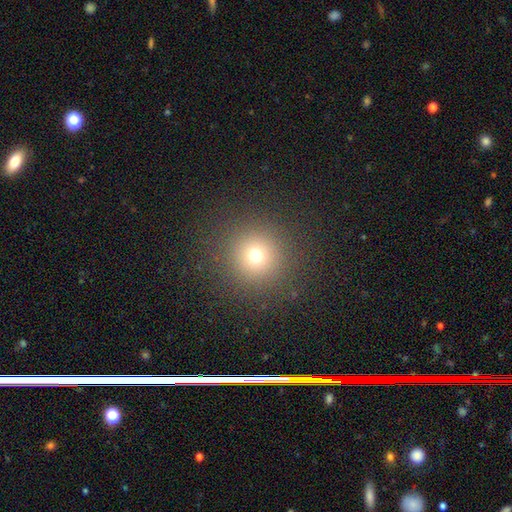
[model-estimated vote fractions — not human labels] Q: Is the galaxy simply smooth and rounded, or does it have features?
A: smooth — 71%.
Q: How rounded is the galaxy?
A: round — 95%.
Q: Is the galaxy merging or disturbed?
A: none — 89%.